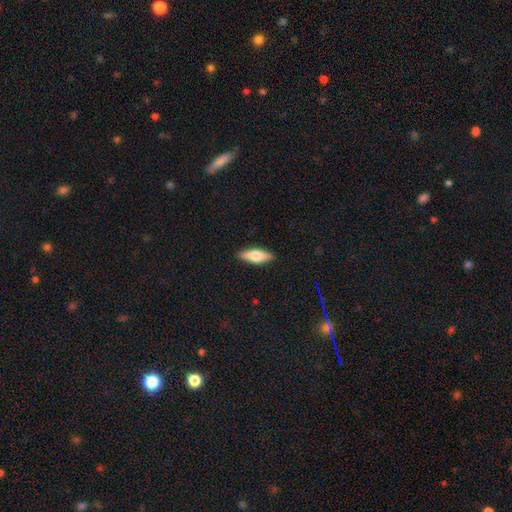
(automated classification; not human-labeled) Overall: smooth (60%; featured or disk 34%). How rounded: in between (50%; cigar-shaped 47%). Merging: none (90%).